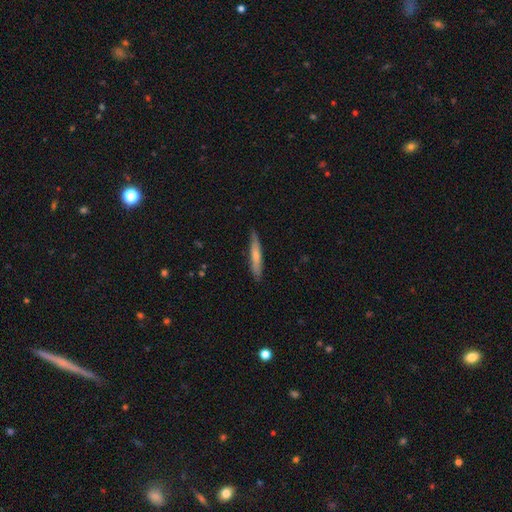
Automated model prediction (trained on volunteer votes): smooth 63%, featured or disk 32%, star or artifact 5%. Down the decision tree: how rounded — cigar-shaped (91%); merging — none (82%).